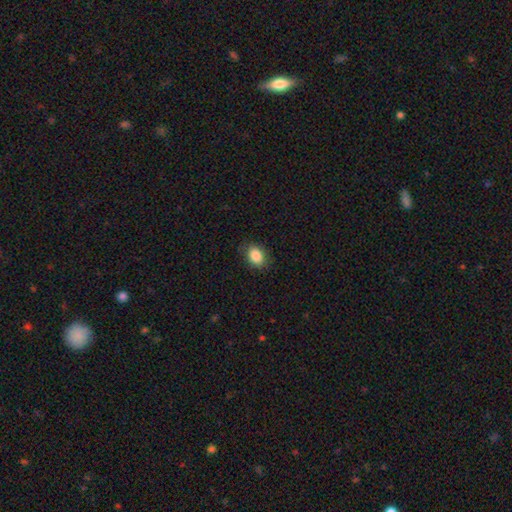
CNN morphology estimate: Smooth or featured? Predicted: smooth (p=0.87). How rounded? Predicted: in between (p=0.70). Merging? Predicted: none (p=0.83).